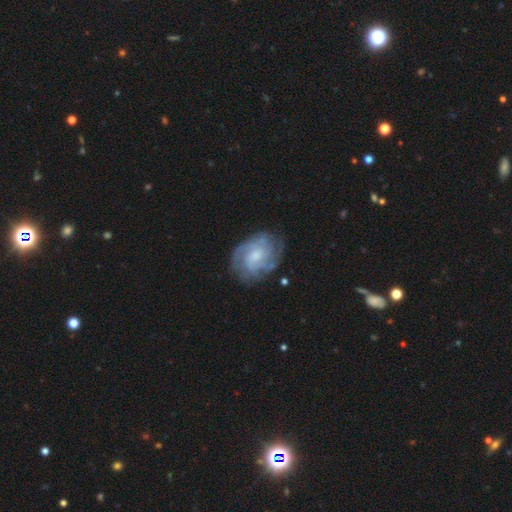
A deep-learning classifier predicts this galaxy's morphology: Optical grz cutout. It shows a featured or disk galaxy (82%) with no bar (57%), tight (57%) spiral arms (95%) and a moderate central bulge (42%). Merging: none (74%).